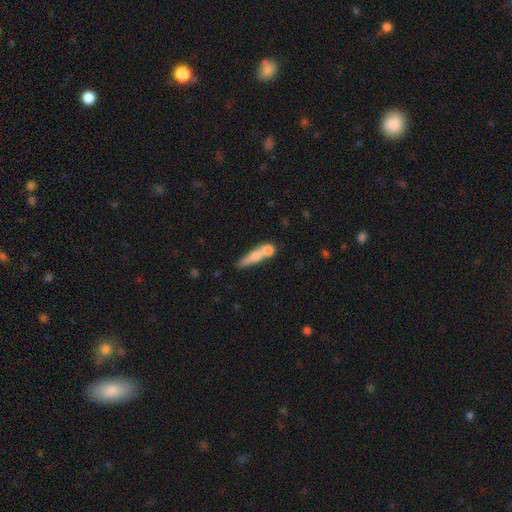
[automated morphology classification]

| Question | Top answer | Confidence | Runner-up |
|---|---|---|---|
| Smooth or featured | smooth | 58% | featured or disk (34%) |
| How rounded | cigar-shaped | 74% | in between (19%) |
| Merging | merger | 45% | none (35%) |